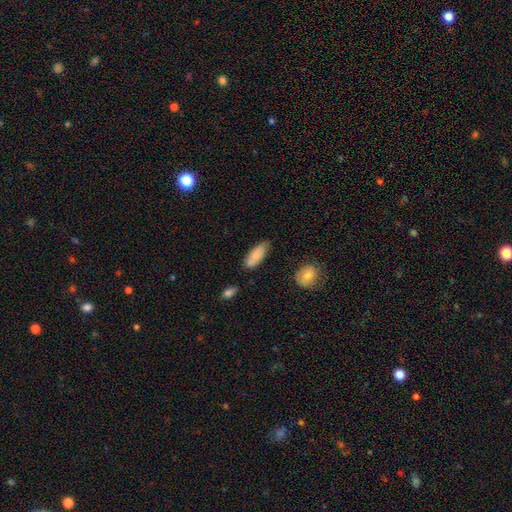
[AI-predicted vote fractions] This appears to be a smooth galaxy with no disk features (78%) that is in between round and cigar-shaped (76%). Merging: none (67%).